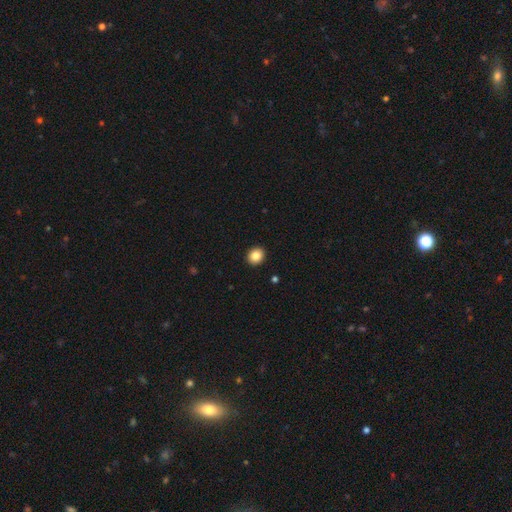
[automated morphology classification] This is clearly a smooth galaxy (86%). How rounded: likely round (78%). Merging: clearly none (93%).